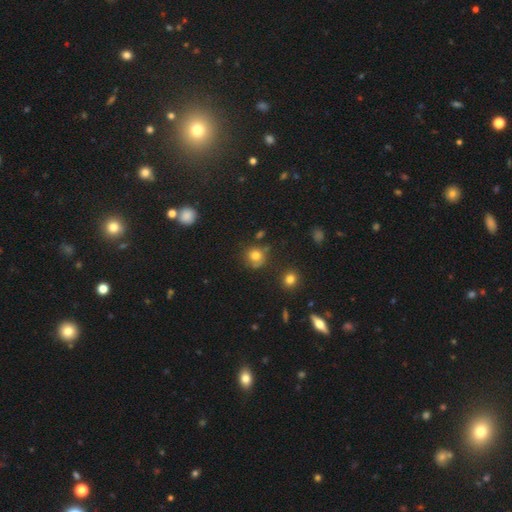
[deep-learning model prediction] A smooth galaxy with no disk features (72%) that is round (85%).

Vote fractions:
- Smooth or featured? smooth: 72% / featured or disk: 15% / star or artifact: 13%
- How rounded? round: 85% / in between: 14% / cigar-shaped: 1%
- Merging? none: 64% / minor disturbance: 21% / major disturbance: 9% / merger: 6%